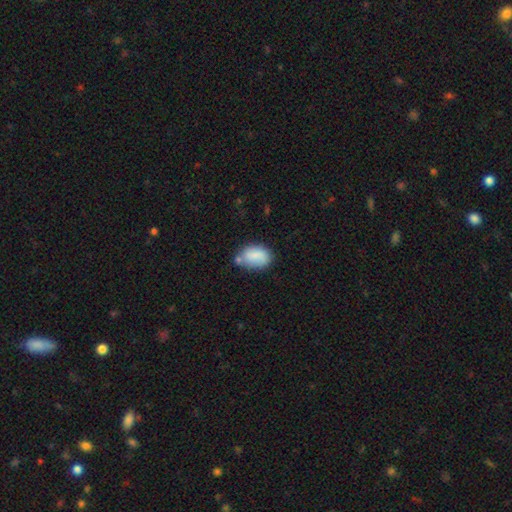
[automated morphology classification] This appears to be a smooth galaxy with no disk features (80%) that is in between round and cigar-shaped (85%). Merging: none (54%).